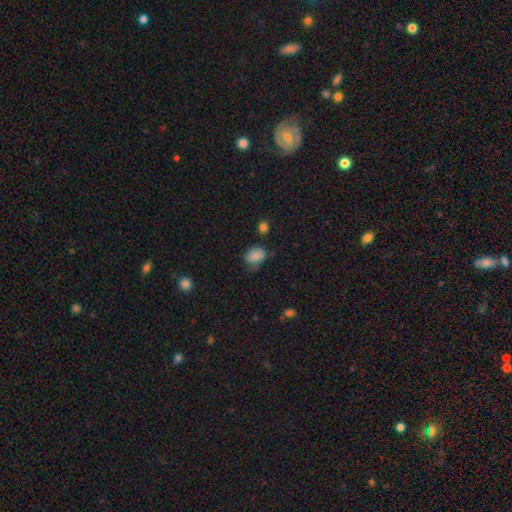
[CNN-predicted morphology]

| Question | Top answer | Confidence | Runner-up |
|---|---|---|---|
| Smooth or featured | smooth | 84% | star or artifact (10%) |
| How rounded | in between | 71% | round (28%) |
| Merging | none | 54% | minor disturbance (33%) |